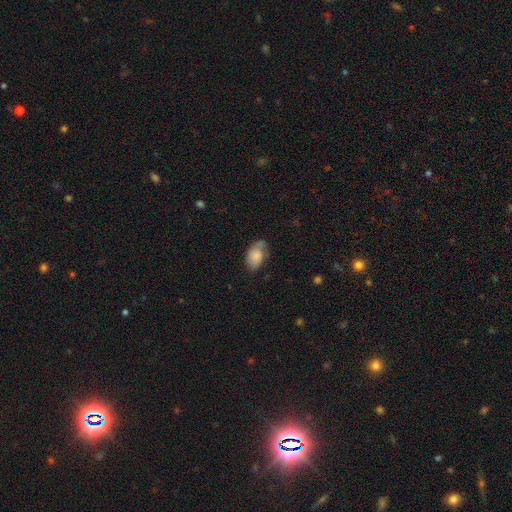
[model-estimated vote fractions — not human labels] Smooth or featured? Predicted: smooth (p=0.70). How rounded? Predicted: in between (p=0.90). Merging? Predicted: none (p=0.52).